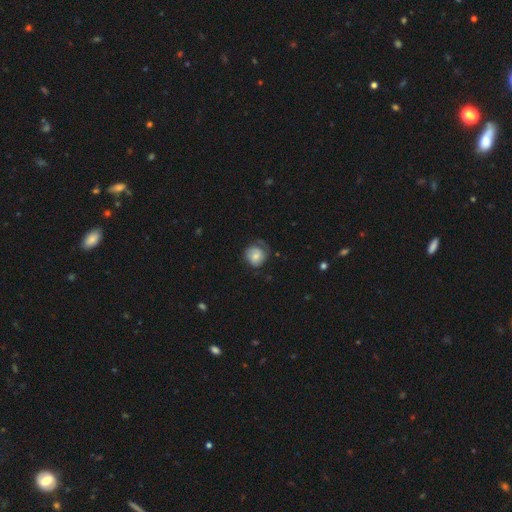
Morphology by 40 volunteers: type=smooth (60%); roundness=round (92%); merging=none (51%).